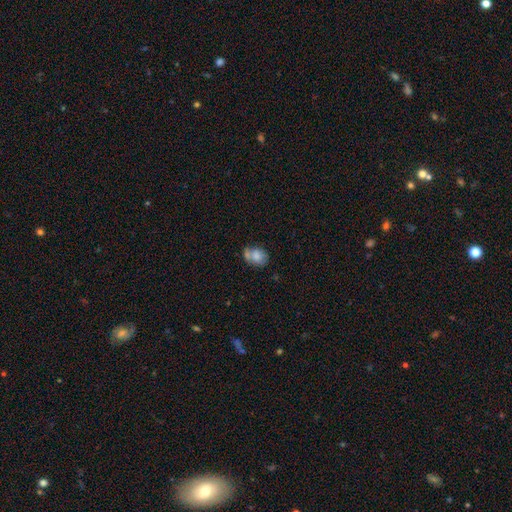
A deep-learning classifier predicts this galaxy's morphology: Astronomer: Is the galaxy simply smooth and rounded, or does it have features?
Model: smooth — 70%.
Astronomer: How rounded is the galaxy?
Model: in between — 59% (runner-up: round, 40%).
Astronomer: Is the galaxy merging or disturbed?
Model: none — 40% (runner-up: merger, 26%).